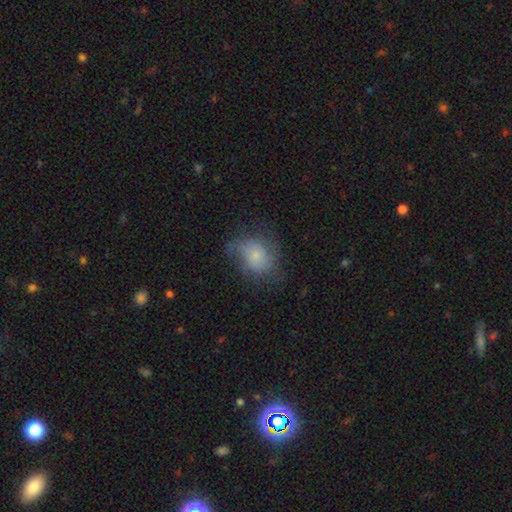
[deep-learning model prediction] smooth 65%, featured or disk 26%, star or artifact 9%. Down the decision tree: how rounded — round (50%); merging — none (52%).